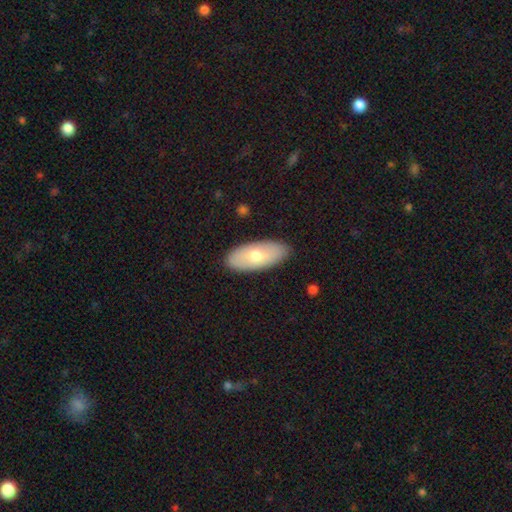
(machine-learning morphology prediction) smooth 68%, featured or disk 26%, star or artifact 5%. Down the decision tree: how rounded — in between (88%); merging — none (89%).